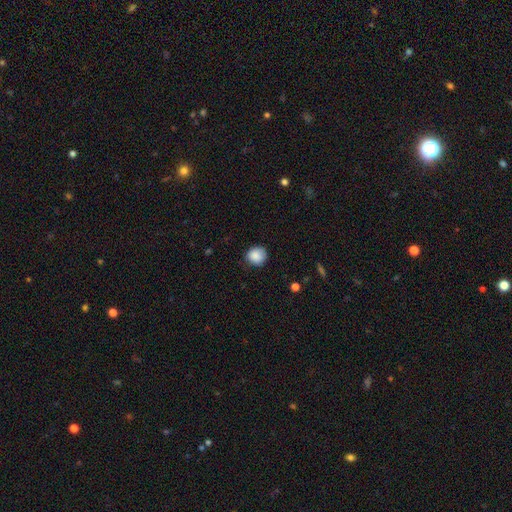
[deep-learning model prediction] Smooth or featured? Predicted: smooth (p=0.87). How rounded? Predicted: round (p=0.82). Merging? Predicted: none (p=0.76).